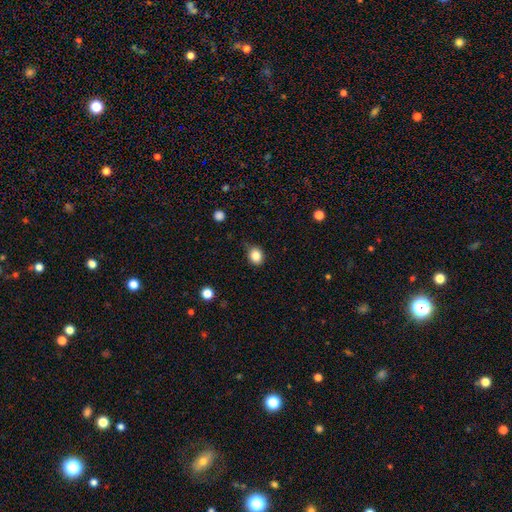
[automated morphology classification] This appears to be a smooth galaxy with no disk features (84%) that is round (69%). Merging: none (75%).